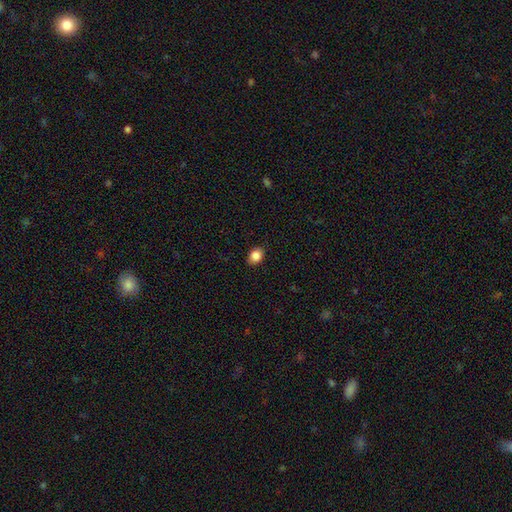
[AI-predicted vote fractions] Smooth or featured? smooth (86%)
How rounded? in between (60%)
Merging? none (86%)